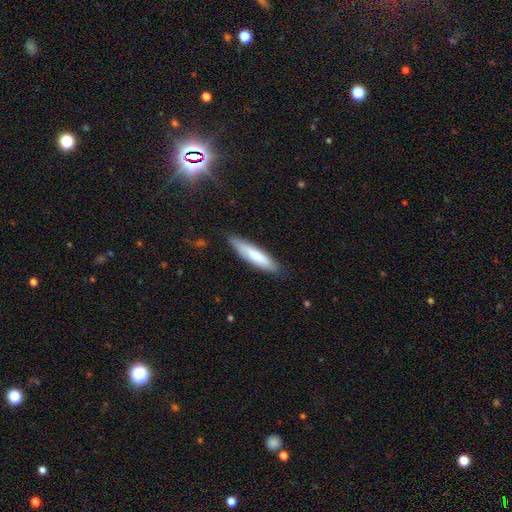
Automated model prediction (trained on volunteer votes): Overall: smooth (74%). How rounded: cigar-shaped (75%). Merging: none (82%).